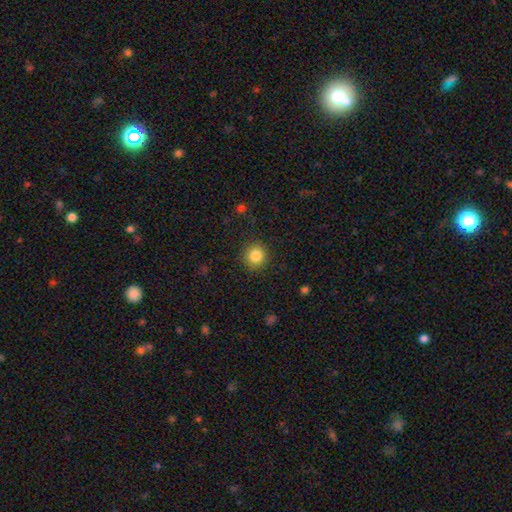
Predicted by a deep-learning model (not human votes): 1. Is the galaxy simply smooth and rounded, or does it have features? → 85% smooth, 10% star or artifact, 5% featured or disk.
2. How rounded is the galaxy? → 92% round, 7% in between, 1% cigar-shaped.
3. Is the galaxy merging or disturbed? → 90% none, 7% minor disturbance, 2% major disturbance, 1% merger.